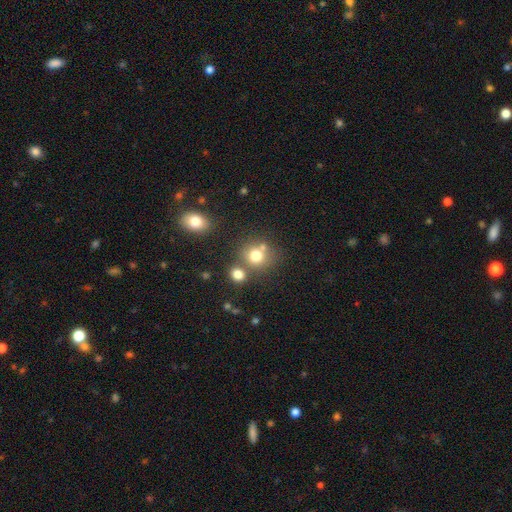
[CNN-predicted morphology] type=smooth (75%); roundness=round (82%); merging=none (59%).